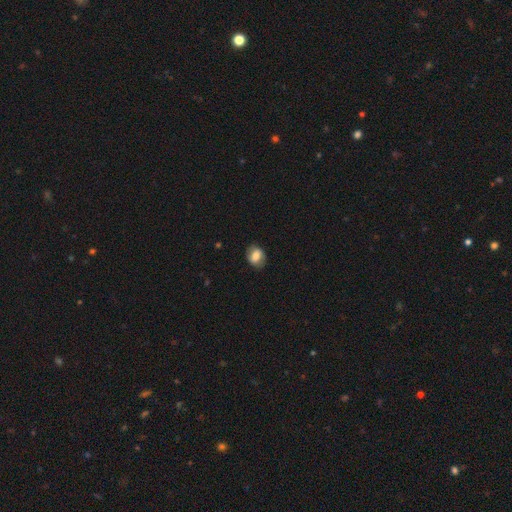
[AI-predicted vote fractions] The model was most divided on "how rounded": in between: 58%, round: 41%, cigar-shaped: 1%. More confident: merging — none (79%); smooth or featured — smooth (72%).